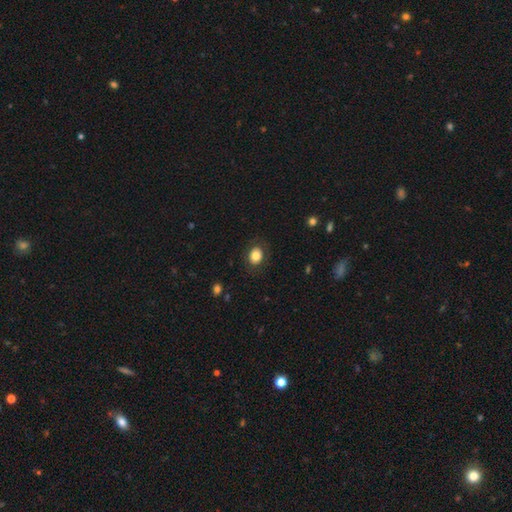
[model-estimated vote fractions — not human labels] Smooth or featured? Predicted: smooth (p=0.82). How rounded? Predicted: in between (p=0.53). Merging? Predicted: none (p=0.84).